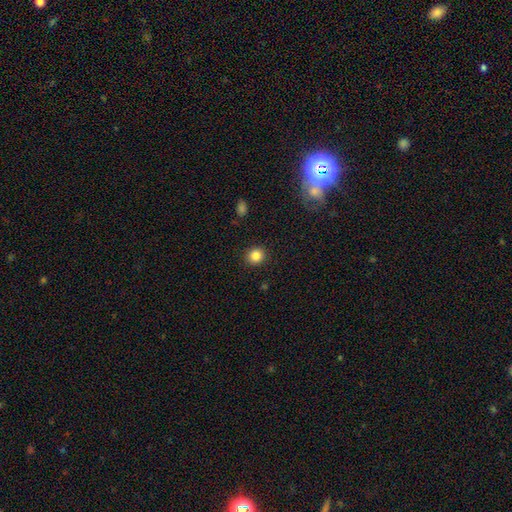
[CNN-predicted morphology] type=smooth (84%); roundness=round (88%); merging=none (91%).